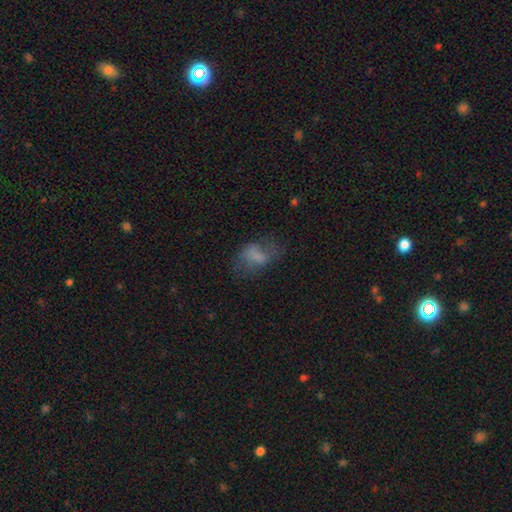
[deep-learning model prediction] Smooth or featured?
  - smooth: 56% *
  - featured or disk: 30%
  - star or artifact: 14%
How rounded?
  - in between: 84% *
  - round: 13%
  - cigar-shaped: 3%
Merging?
  - none: 42% *
  - major disturbance: 30%
  - minor disturbance: 24%
  - merger: 4%